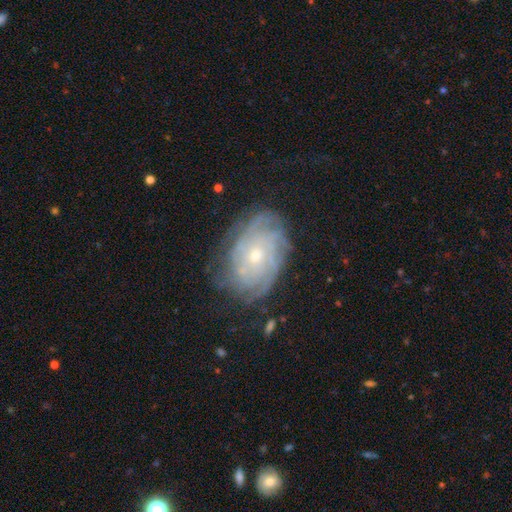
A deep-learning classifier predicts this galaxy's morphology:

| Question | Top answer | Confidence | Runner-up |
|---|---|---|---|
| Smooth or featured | featured or disk | 82% | smooth (11%) |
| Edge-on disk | no | 96% | yes (4%) |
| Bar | no | 78% | weak (19%) |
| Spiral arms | yes | 95% | no (5%) |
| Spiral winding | tight | 76% | medium (19%) |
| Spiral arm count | can't tell | 41% | 4 (18%) |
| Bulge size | small | 62% | moderate (35%) |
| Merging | none | 75% | minor disturbance (17%) |